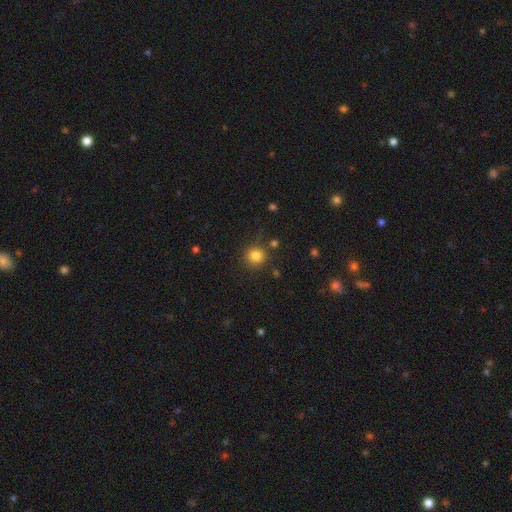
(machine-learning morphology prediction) type=smooth (83%); roundness=round (92%); merging=none (84%).